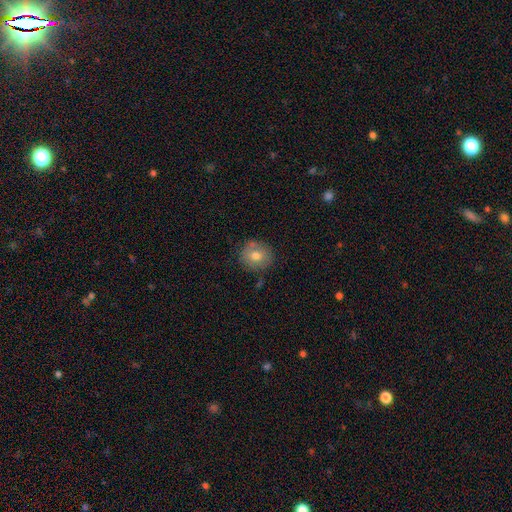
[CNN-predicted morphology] Smooth or featured: smooth — 74% (featured or disk — 17%)
How rounded: round — 90% (in between — 9%)
Merging: none — 82% (minor disturbance — 12%)